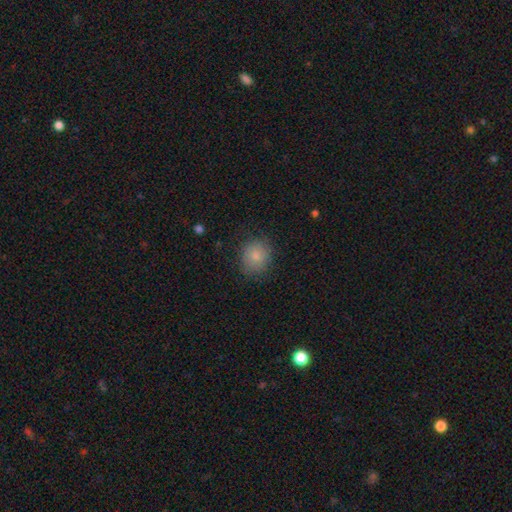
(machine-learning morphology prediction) Smooth or featured: smooth — 83% (star or artifact — 9%)
How rounded: round — 76% (in between — 23%)
Merging: none — 80% (minor disturbance — 14%)